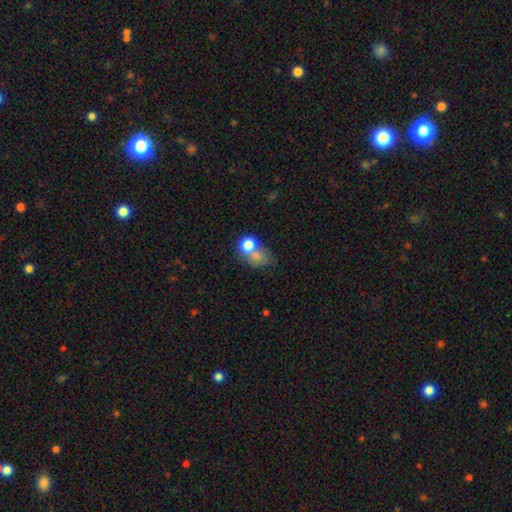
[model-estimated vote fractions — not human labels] Smooth or featured?
  - smooth: 71% *
  - featured or disk: 16%
  - star or artifact: 13%
How rounded?
  - round: 51% *
  - in between: 48%
  - cigar-shaped: 1%
Merging?
  - merger: 51% *
  - none: 27%
  - minor disturbance: 11%
  - major disturbance: 11%